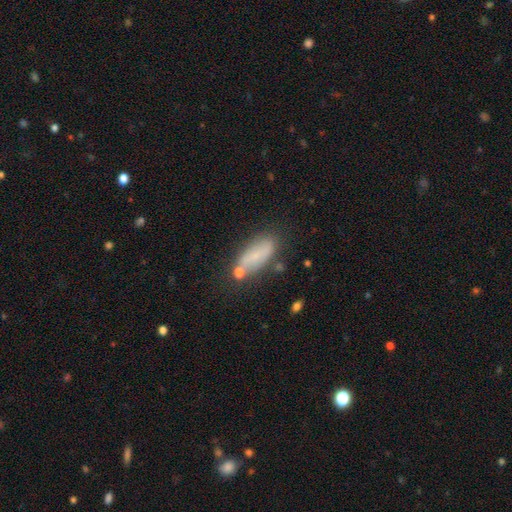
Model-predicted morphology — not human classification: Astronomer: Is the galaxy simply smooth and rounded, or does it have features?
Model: smooth — 66%.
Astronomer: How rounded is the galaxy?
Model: in between — 72%.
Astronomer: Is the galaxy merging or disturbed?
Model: none — 63%.